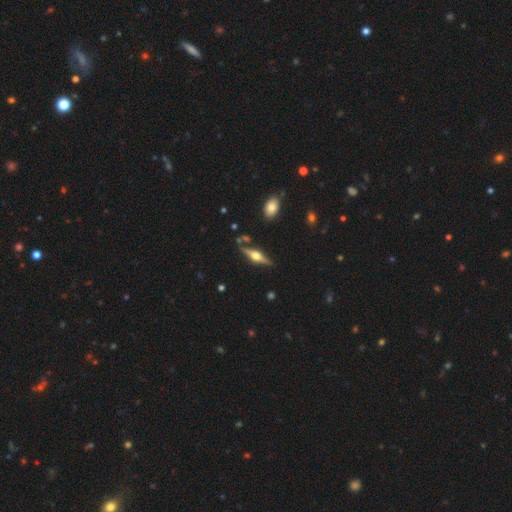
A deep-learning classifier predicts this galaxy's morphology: This is likely a featured or disk galaxy (75%). It is clearly viewed edge-on (97%). Edge-on bulge: clearly rounded (94%). Merging: clearly none (82%).